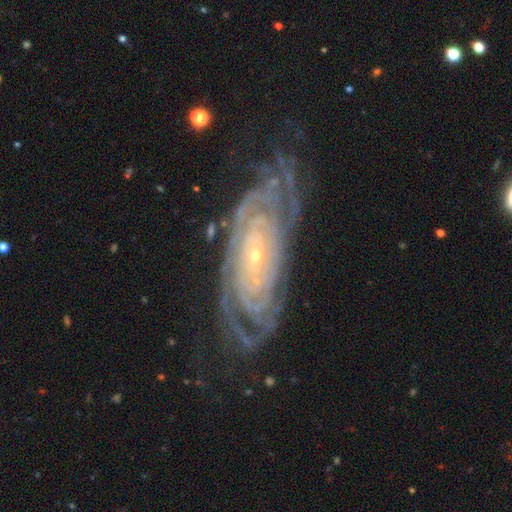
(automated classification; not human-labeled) Smooth or featured: featured or disk — 90% (star or artifact — 5%)
Edge-on disk: no — 93% (yes — 7%)
Bar: no — 62% (weak — 24%)
Spiral arms: yes — 98% (no — 2%)
Spiral winding: tight — 85% (medium — 13%)
Spiral arm count: can't tell — 28% (4 — 20%)
Bulge size: small — 81% (moderate — 15%)
Merging: none — 72% (minor disturbance — 18%)